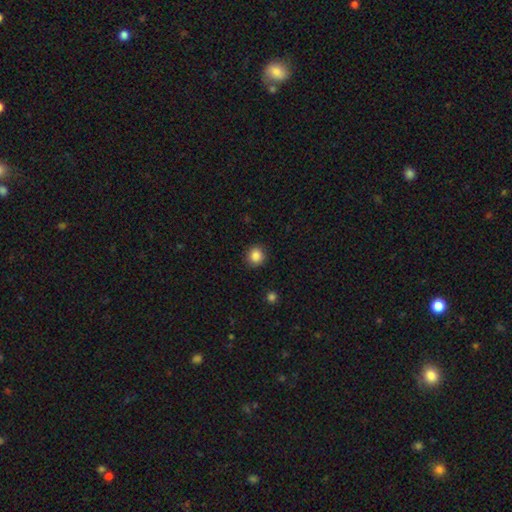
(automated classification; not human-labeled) Smooth or featured? Predicted: smooth (p=0.86). How rounded? Predicted: round (p=0.91). Merging? Predicted: none (p=0.91).